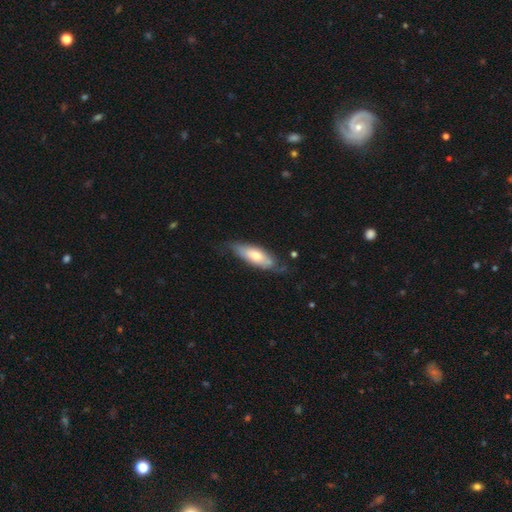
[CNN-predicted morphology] A smooth galaxy with no disk features (54%) that is in between round and cigar-shaped (67%).

Vote fractions:
- Smooth or featured? smooth: 54% / featured or disk: 41% / star or artifact: 5%
- How rounded? in between: 67% / cigar-shaped: 31% / round: 2%
- Merging? none: 61% / minor disturbance: 28% / major disturbance: 9% / merger: 2%